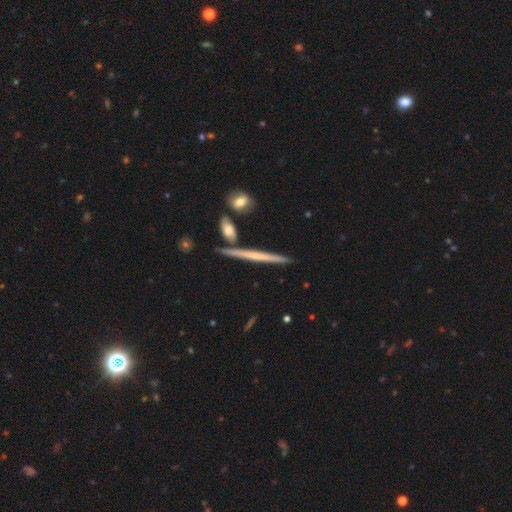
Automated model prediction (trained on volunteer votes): smooth-or-featured: featured or disk: 57% | smooth: 36% | star or artifact: 6%
  disk-edge-on: yes: 97% | no: 3%
    edge-on-bulge: none: 81% | rounded: 13% | boxy: 6%
  merging: none: 85% | minor disturbance: 8% | merger: 5% | major disturbance: 2%